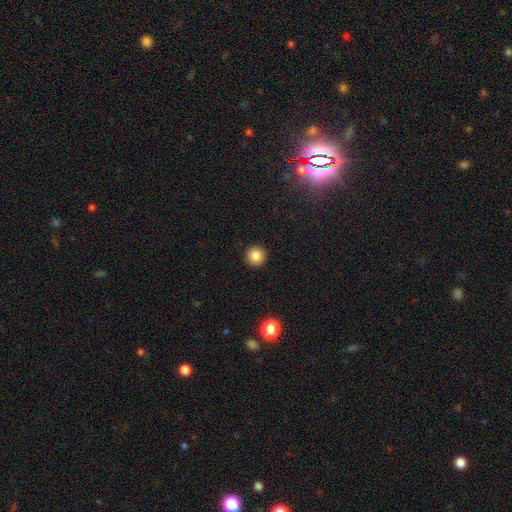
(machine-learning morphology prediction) Q: Smooth or featured?
A: smooth (84%); runner-up: star or artifact (11%)
Q: How rounded?
A: round (96%); runner-up: in between (3%)
Q: Merging?
A: none (93%); runner-up: minor disturbance (5%)